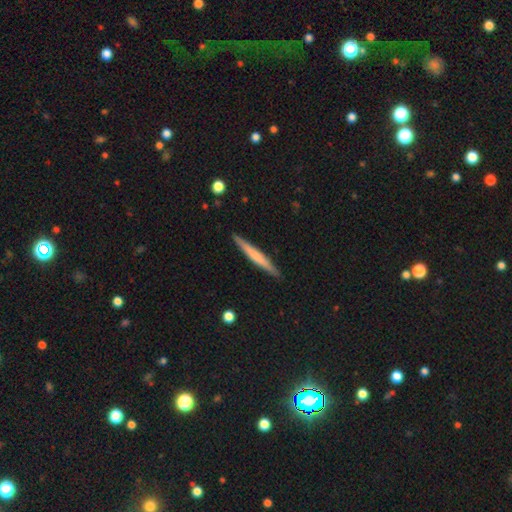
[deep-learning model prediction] This appears to be a smooth galaxy with no disk features (56%) that is cigar-shaped (96%). Merging: none (91%).